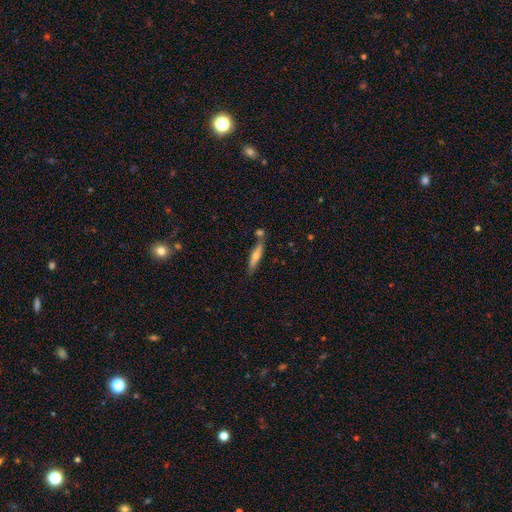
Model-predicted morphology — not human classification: Smooth or featured? smooth (51%)
How rounded? cigar-shaped (85%)
Merging? none (69%)